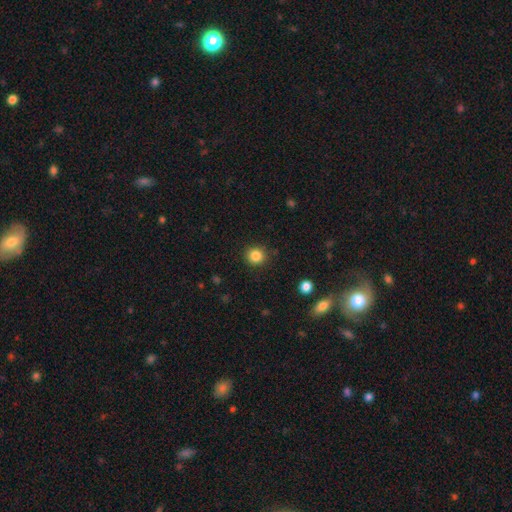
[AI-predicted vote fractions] Morphology: type=smooth (85%); roundness=round (91%); merging=none (90%).